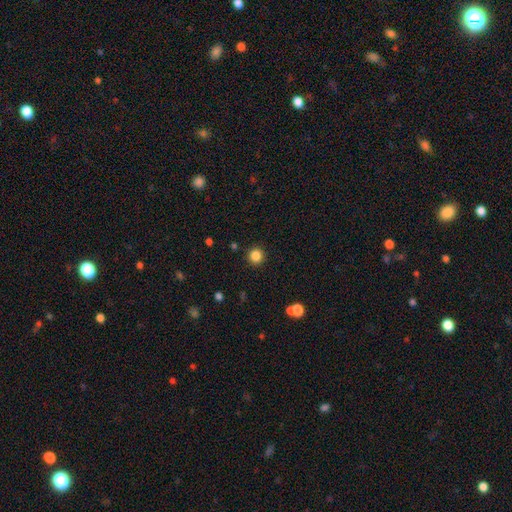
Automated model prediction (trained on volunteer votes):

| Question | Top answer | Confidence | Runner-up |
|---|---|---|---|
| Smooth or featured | smooth | 85% | star or artifact (11%) |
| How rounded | round | 94% | in between (5%) |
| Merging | none | 91% | minor disturbance (5%) |